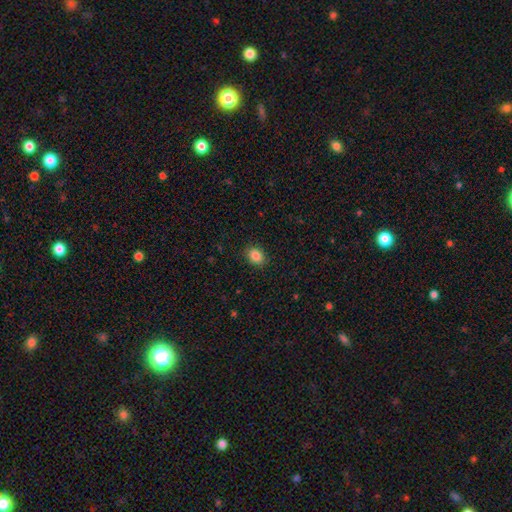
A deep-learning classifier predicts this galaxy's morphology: Smooth or featured? smooth (86%)
How rounded? in between (60%)
Merging? none (89%)